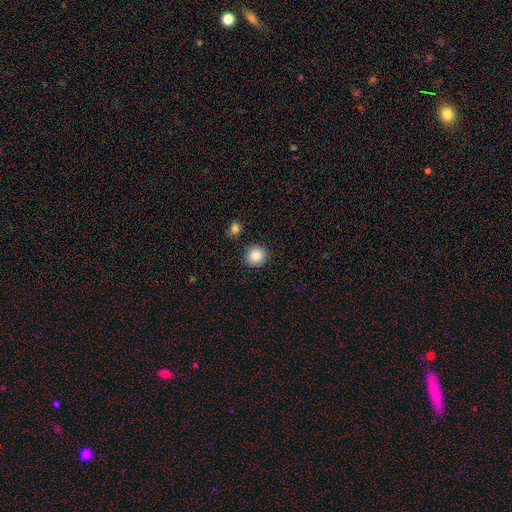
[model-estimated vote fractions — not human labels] Smooth or featured: smooth — 87% (star or artifact — 9%)
How rounded: round — 90% (in between — 9%)
Merging: none — 88% (minor disturbance — 7%)